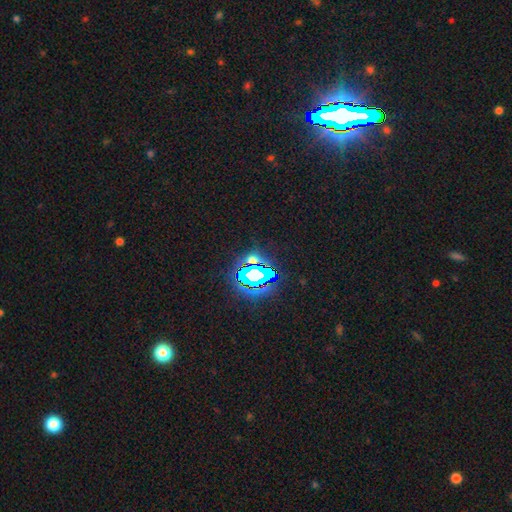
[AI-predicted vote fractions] The model was most divided on "smooth or featured": star or artifact: 85%, smooth: 8%, featured or disk: 6%.